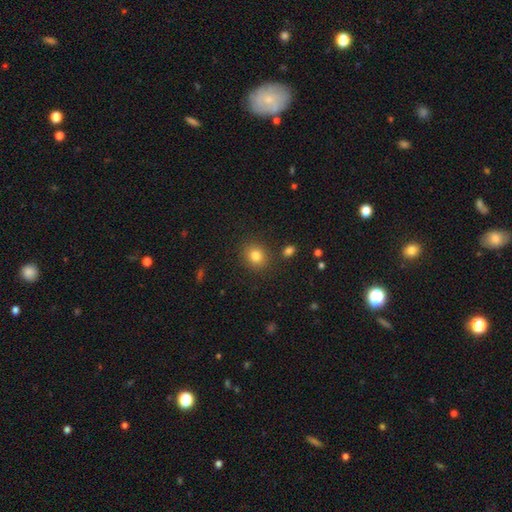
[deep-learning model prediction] A smooth galaxy with no disk features (82%) that is round (71%).

Vote fractions:
- Smooth or featured? smooth: 82% / star or artifact: 11% / featured or disk: 7%
- How rounded? round: 71% / in between: 28% / cigar-shaped: 1%
- Merging? none: 86% / minor disturbance: 8% / merger: 3% / major disturbance: 3%